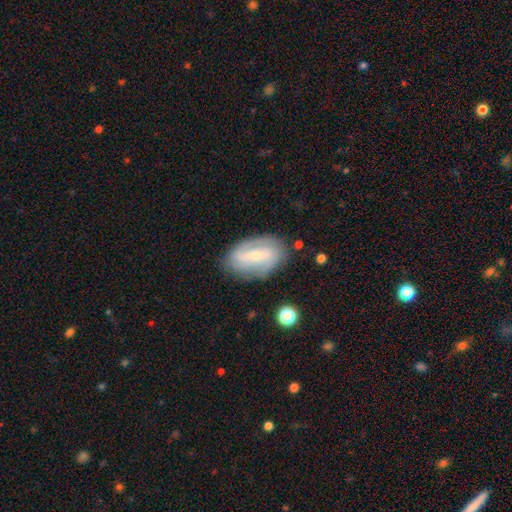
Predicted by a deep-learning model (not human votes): The model was most divided on "bar": strong: 46%, weak: 37%, no: 17%. More confident: edge-on disk — no (93%); merging — none (78%); spiral arms — yes (74%); bulge size — small (69%); smooth or featured — featured or disk (68%).